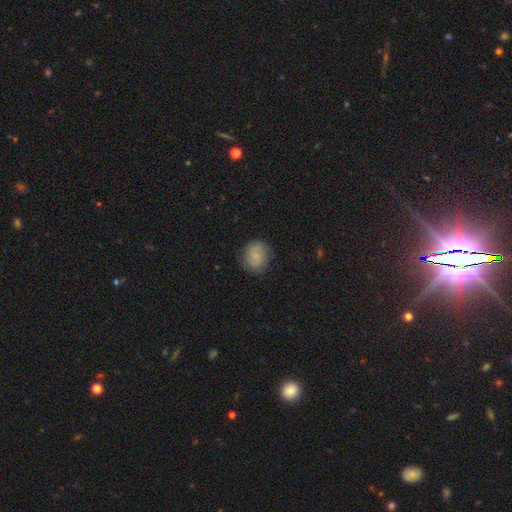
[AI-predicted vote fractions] smooth-or-featured: smooth: 58% | featured or disk: 33% | star or artifact: 9%
  how-rounded: round: 74% | in between: 25% | cigar-shaped: 1%
  merging: none: 81% | minor disturbance: 14% | major disturbance: 5% | merger: 1%